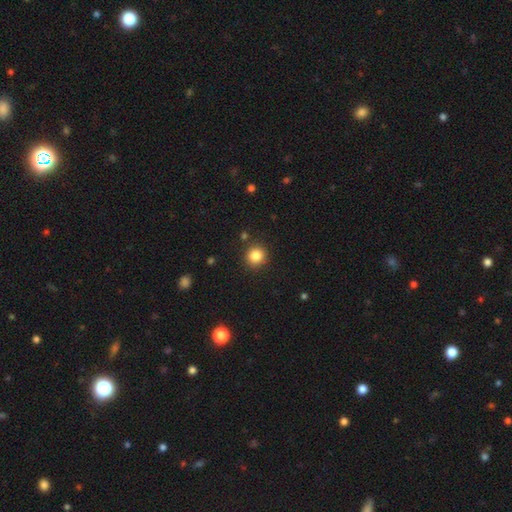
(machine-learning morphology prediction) Smooth or featured? Predicted: smooth (p=0.84). How rounded? Predicted: round (p=0.92). Merging? Predicted: none (p=0.89).